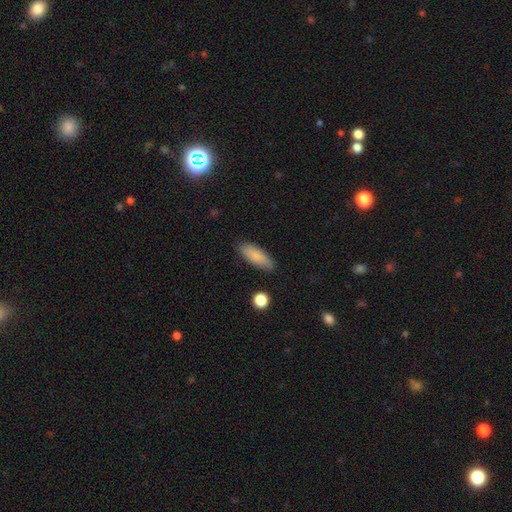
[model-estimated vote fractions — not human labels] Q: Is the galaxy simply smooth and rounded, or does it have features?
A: smooth — 85%.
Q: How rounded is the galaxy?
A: in between — 69%.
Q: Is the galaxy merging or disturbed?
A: none — 85%.